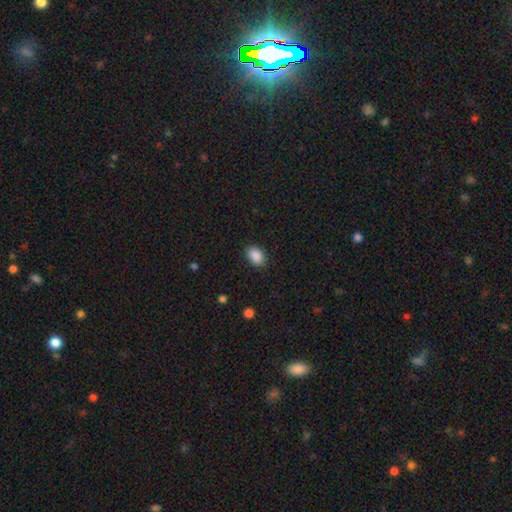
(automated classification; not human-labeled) Smooth or featured: smooth — 89% (star or artifact — 8%)
How rounded: in between — 84% (round — 15%)
Merging: none — 88% (minor disturbance — 8%)